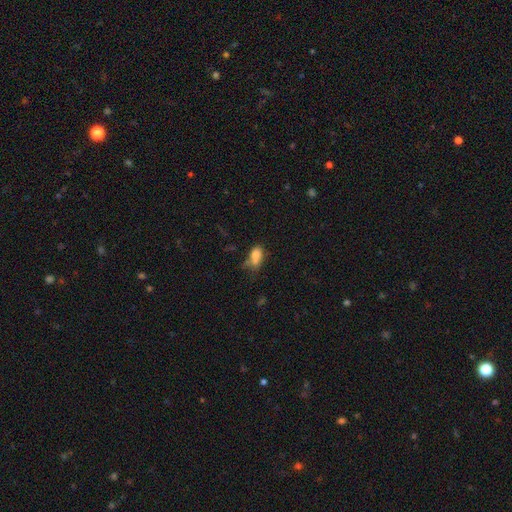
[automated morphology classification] This is likely a smooth galaxy (78%). How rounded: clearly in between (87%). Merging: marginally none (40%).